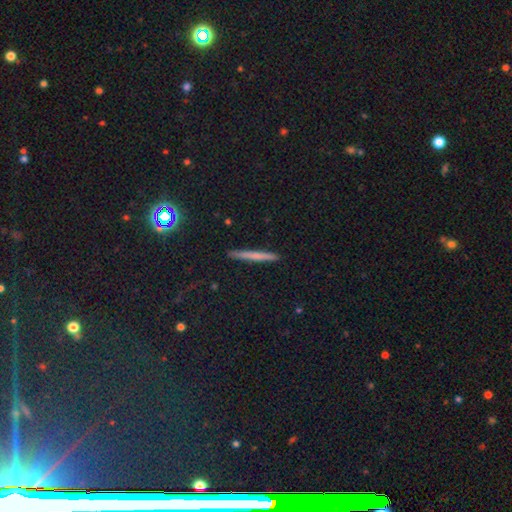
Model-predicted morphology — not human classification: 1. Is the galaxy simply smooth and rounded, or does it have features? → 58% smooth, 30% featured or disk, 12% star or artifact.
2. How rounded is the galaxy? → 95% cigar-shaped, 3% in between, 2% round.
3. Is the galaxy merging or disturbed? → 92% none, 6% minor disturbance, 1% major disturbance, 1% merger.